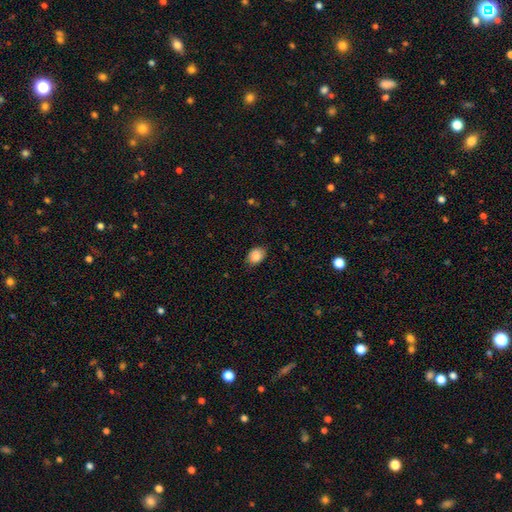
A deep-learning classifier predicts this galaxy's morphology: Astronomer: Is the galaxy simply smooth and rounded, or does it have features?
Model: smooth — 87%.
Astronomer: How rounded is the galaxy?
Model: in between — 68%.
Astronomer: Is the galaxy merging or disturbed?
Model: none — 78%.